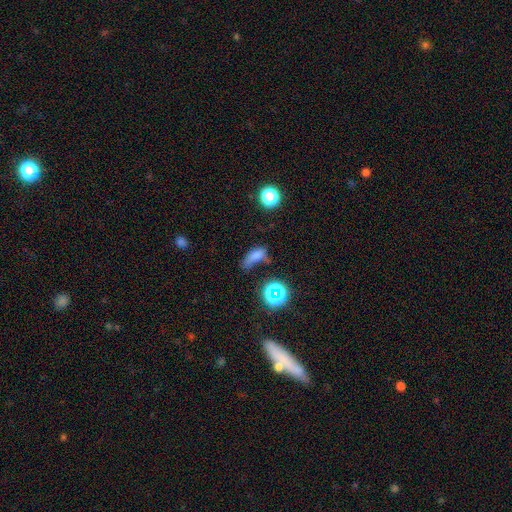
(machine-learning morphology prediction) smooth_or_featured: smooth (p=0.63) [alt: star or artifact p=0.21]
how_rounded: in between (p=0.74) [alt: cigar-shaped p=0.15]
merging: major disturbance (p=0.32) [alt: none p=0.29]